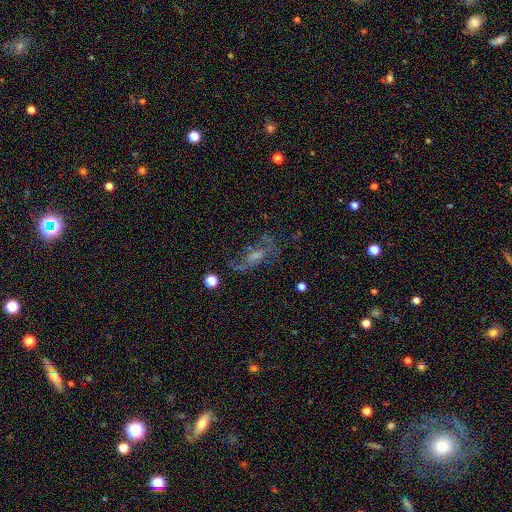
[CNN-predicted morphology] Smooth or featured: featured or disk — 61% (smooth — 23%)
Edge-on disk: no — 92% (yes — 8%)
Bar: no — 44% (weak — 42%)
Spiral arms: yes — 63% (no — 37%)
Bulge size: none — 31% (tied with moderate — 31%)
Merging: none — 41% (major disturbance — 35%)